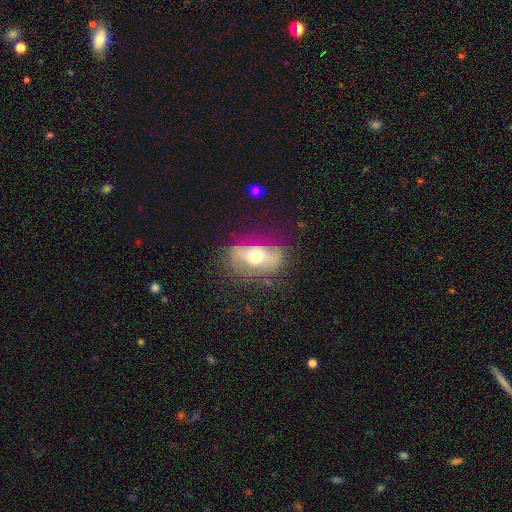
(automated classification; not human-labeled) featured or disk 49%, smooth 43%, star or artifact 8%. Down the decision tree: merging — none (65%).